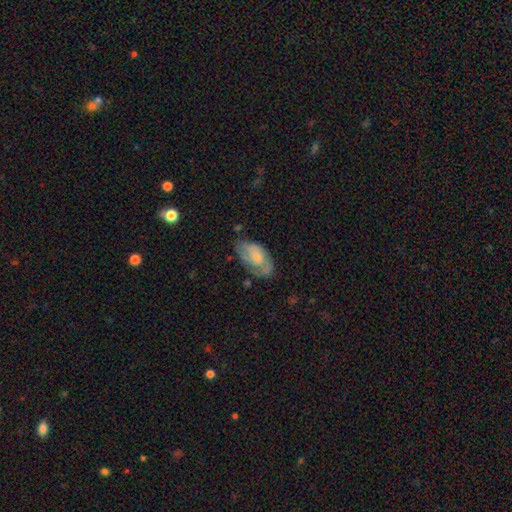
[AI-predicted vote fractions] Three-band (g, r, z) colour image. It shows a featured or disk galaxy (47%). Merging: none (54%).